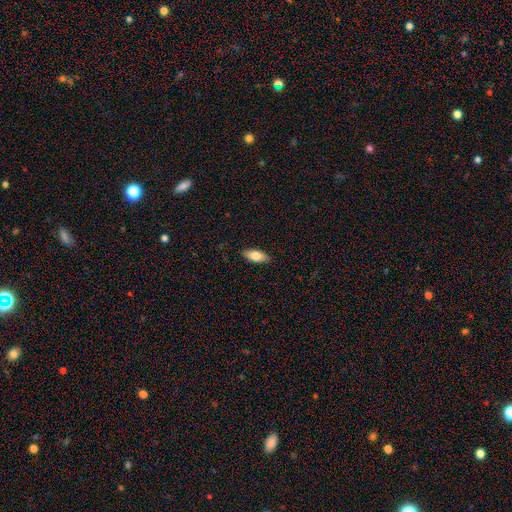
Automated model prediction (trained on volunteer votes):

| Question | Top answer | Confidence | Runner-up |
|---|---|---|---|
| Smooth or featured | smooth | 79% | featured or disk (15%) |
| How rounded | in between | 85% | cigar-shaped (13%) |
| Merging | none | 88% | minor disturbance (9%) |